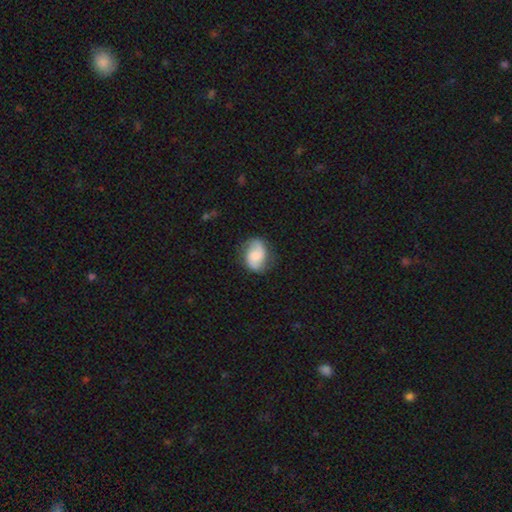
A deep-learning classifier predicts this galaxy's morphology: The model was most divided on "bulge size": moderate: 28%, none: 27%, small: 26%, large: 15%, dominant: 4%. Remaining: edge-on disk — no (98%); spiral arms — yes (92%); spiral arm count — 2 (89%); merging — none (74%); smooth or featured — featured or disk (57%); bar — no (55%); spiral winding — loose (47%).